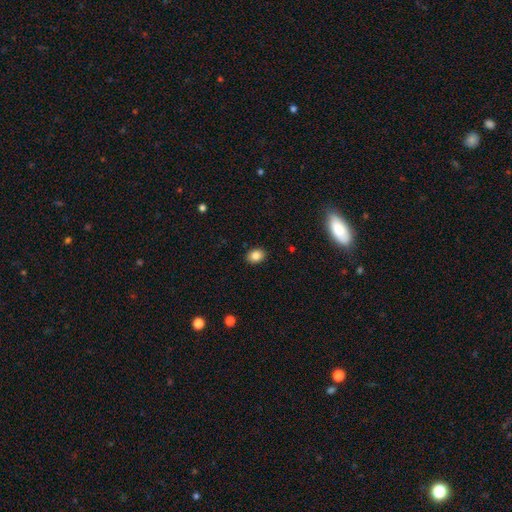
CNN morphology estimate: A smooth galaxy with no disk features (85%) that is in between round and cigar-shaped (65%).

Vote fractions:
- Smooth or featured? smooth: 85% / star or artifact: 10% / featured or disk: 6%
- How rounded? in between: 65% / round: 35% / cigar-shaped: 1%
- Merging? none: 89% / minor disturbance: 8% / major disturbance: 2% / merger: 1%